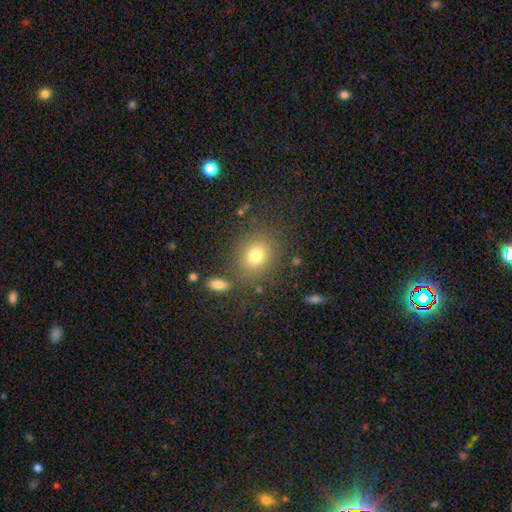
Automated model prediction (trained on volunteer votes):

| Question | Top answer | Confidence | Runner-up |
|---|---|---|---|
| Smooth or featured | smooth | 76% | star or artifact (14%) |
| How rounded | round | 68% | in between (31%) |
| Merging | none | 79% | minor disturbance (11%) |